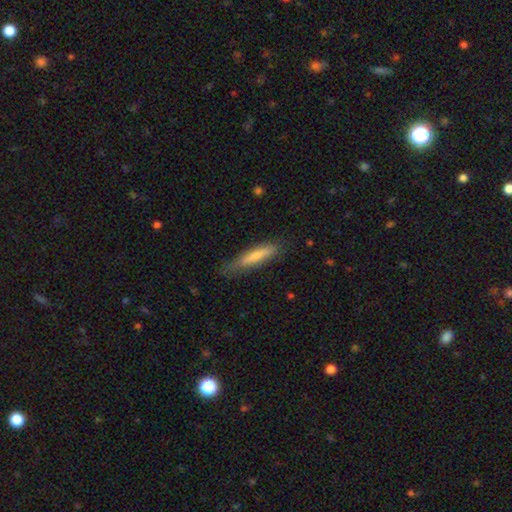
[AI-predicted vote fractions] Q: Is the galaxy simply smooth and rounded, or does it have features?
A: smooth — 65%.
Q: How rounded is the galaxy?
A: cigar-shaped — 88%.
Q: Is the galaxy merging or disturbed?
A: none — 74%.